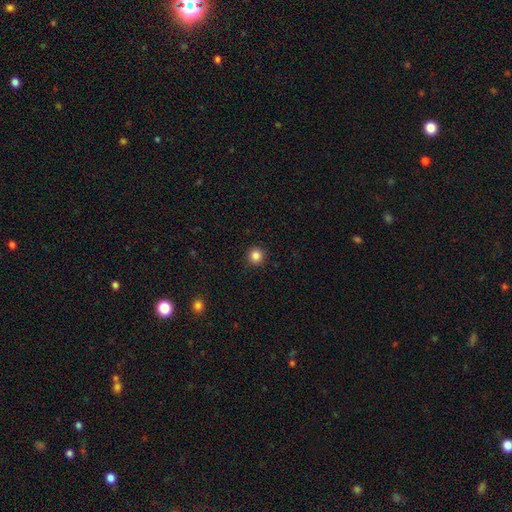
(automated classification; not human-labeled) A smooth galaxy with no disk features (86%) that is round (94%). Merging: none (92%).